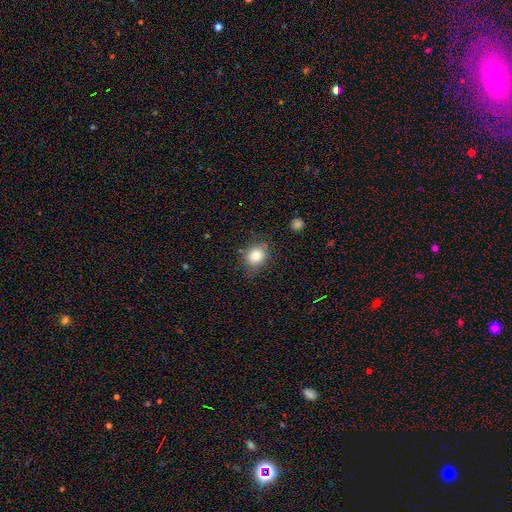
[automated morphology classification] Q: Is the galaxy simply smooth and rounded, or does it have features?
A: smooth — 83%.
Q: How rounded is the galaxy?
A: round — 62%.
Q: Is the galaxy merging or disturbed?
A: none — 77%.